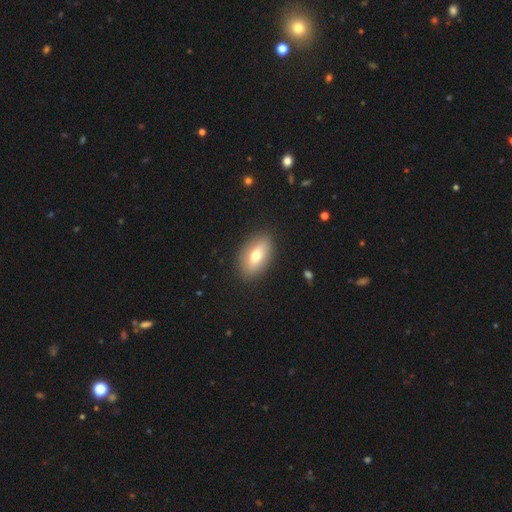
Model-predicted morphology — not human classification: The model was most divided on "smooth or featured": smooth: 70%, featured or disk: 23%, star or artifact: 7%. More confident: how rounded — in between (88%); merging — none (87%).